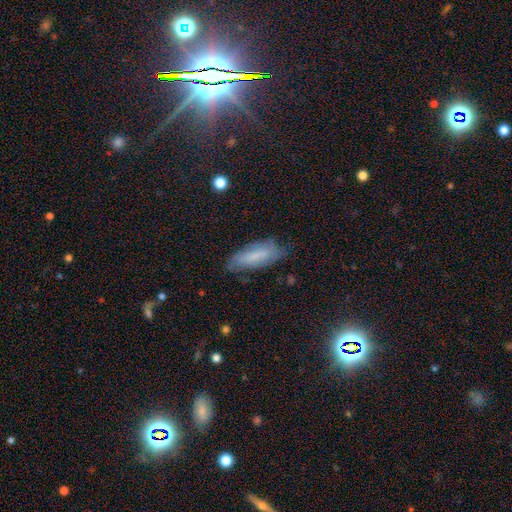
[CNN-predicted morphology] This appears to be a smooth galaxy with no disk features (63%) that is in between round and cigar-shaped (67%). Merging: none (70%).